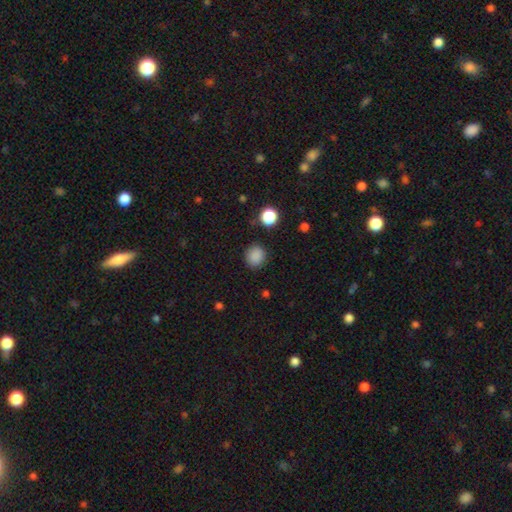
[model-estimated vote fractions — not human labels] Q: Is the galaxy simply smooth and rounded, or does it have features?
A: smooth — 85%.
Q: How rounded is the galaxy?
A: round — 79%.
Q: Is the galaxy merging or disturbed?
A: none — 87%.